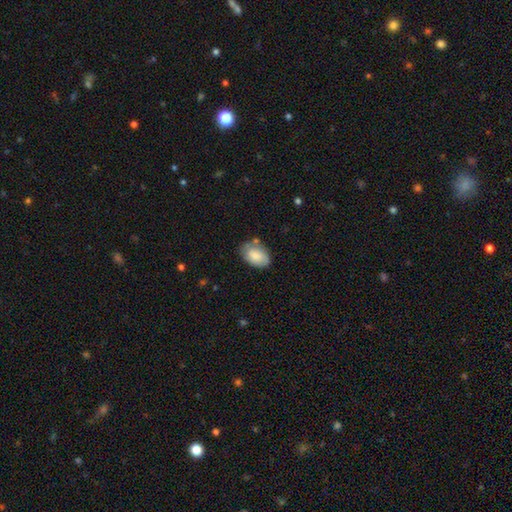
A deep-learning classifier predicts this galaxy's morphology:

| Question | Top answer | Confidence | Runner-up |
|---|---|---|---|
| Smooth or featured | smooth | 79% | featured or disk (15%) |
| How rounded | in between | 90% | round (9%) |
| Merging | none | 66% | minor disturbance (24%) |